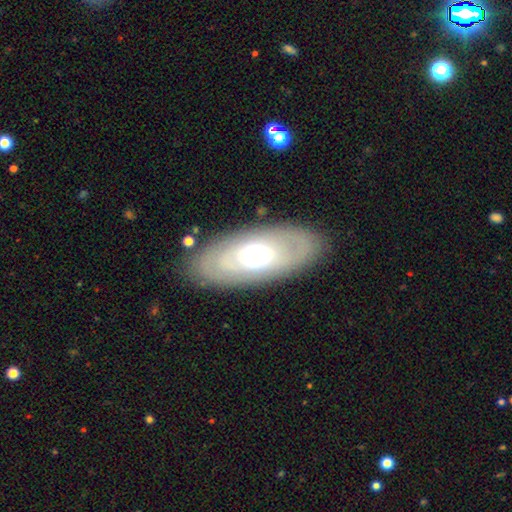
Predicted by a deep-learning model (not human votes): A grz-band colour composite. It shows a featured or disk galaxy (50%). Merging: none (83%).